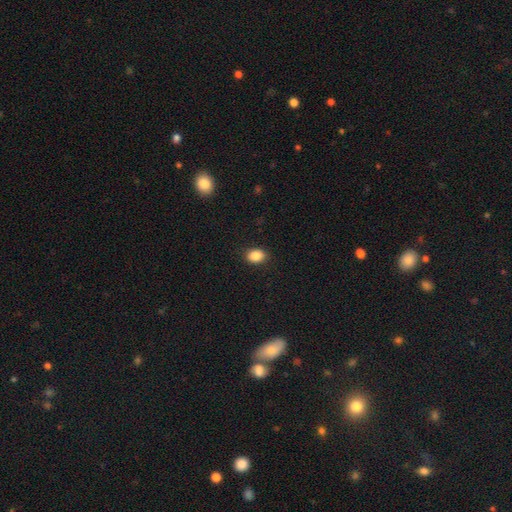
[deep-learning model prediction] Q: Smooth or featured?
A: smooth (87%); runner-up: star or artifact (9%)
Q: How rounded?
A: in between (65%); runner-up: round (33%)
Q: Merging?
A: none (89%); runner-up: minor disturbance (8%)